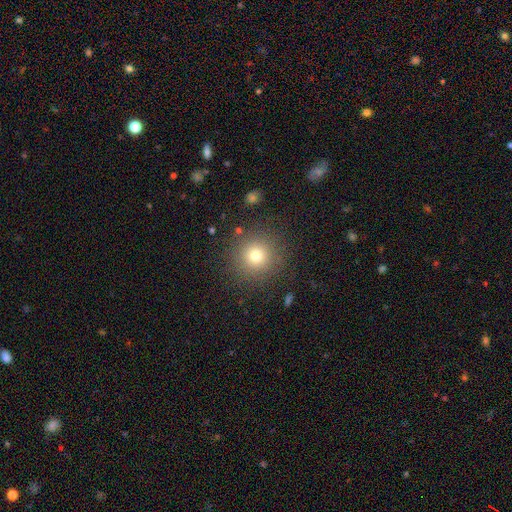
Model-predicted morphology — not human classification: Overall: smooth (74%). How rounded: round (95%). Merging: none (88%).